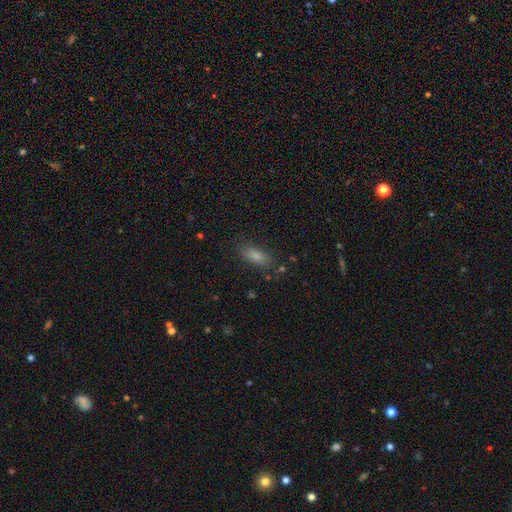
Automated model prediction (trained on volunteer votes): smooth-or-featured: smooth: 70% | star or artifact: 17% | featured or disk: 12%
  how-rounded: in between: 67% | cigar-shaped: 29% | round: 4%
  merging: none: 83% | minor disturbance: 11% | major disturbance: 3% | merger: 2%